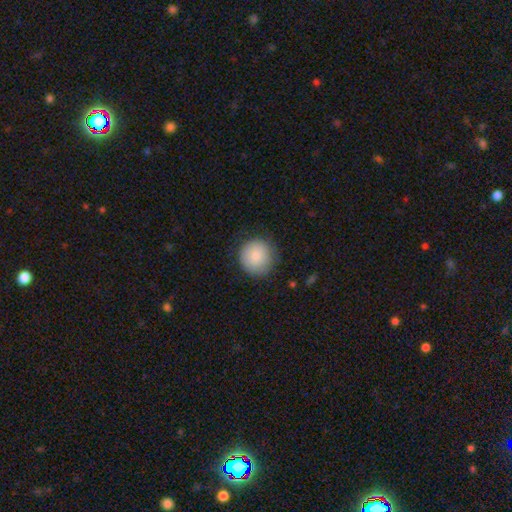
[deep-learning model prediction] This is clearly a smooth galaxy (85%). How rounded: clearly round (94%). Merging: clearly none (83%).